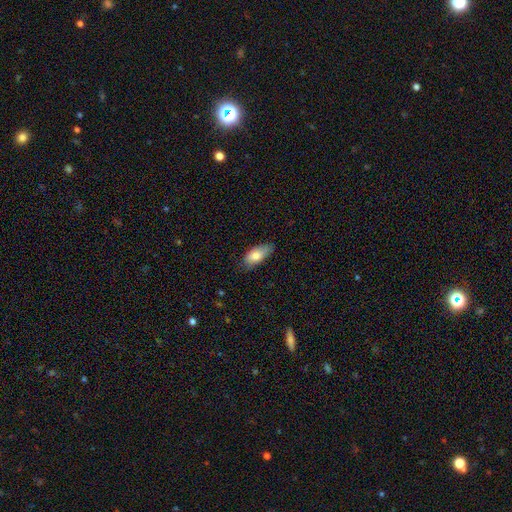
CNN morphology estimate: Q: Smooth or featured?
A: smooth (78%); runner-up: featured or disk (15%)
Q: How rounded?
A: in between (87%); runner-up: cigar-shaped (10%)
Q: Merging?
A: none (70%); runner-up: minor disturbance (25%)